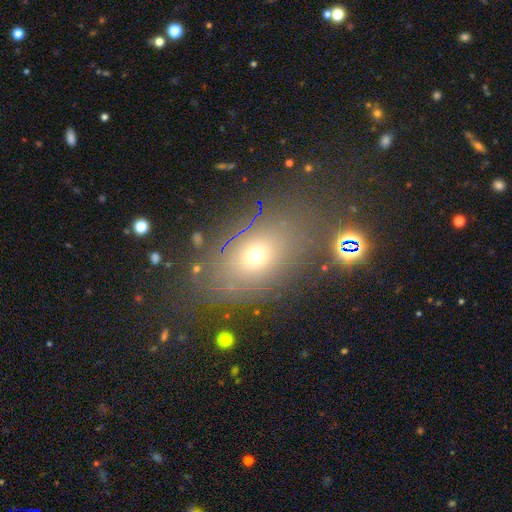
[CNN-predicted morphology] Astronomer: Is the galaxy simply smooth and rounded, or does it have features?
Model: smooth — 60%.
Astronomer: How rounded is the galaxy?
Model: in between — 67%.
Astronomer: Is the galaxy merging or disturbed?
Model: none — 77%.